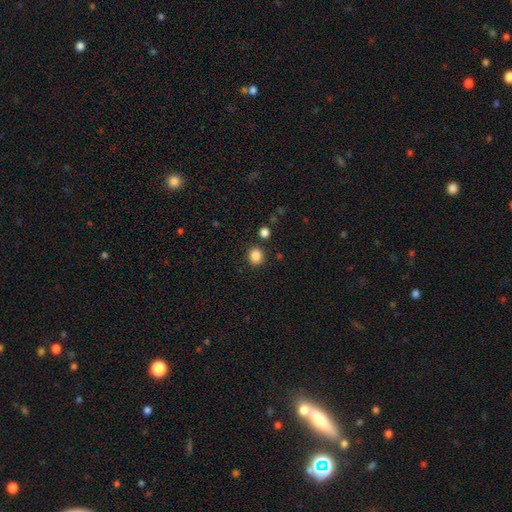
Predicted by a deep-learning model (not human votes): A smooth galaxy with no disk features (86%) that is round (81%).

Vote fractions:
- Smooth or featured? smooth: 86% / star or artifact: 11% / featured or disk: 4%
- How rounded? round: 81% / in between: 18% / cigar-shaped: 1%
- Merging? none: 86% / minor disturbance: 7% / merger: 4% / major disturbance: 3%